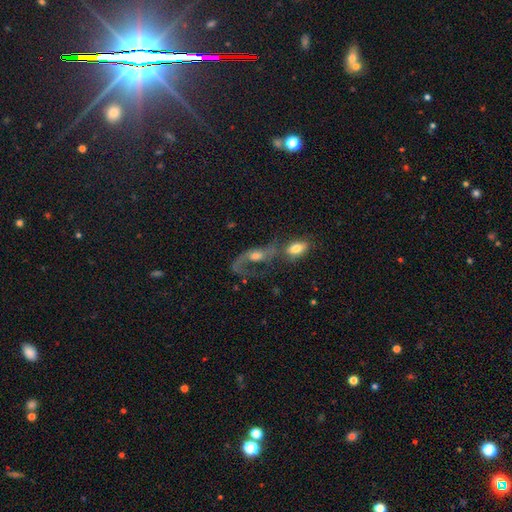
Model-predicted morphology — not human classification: A featured or disk galaxy (54%).

Vote fractions:
- Smooth or featured? featured or disk: 54% / smooth: 26% / star or artifact: 20%
- Edge-on disk? no: 87% / yes: 13%
- Merging? merger: 59% / none: 19% / major disturbance: 14% / minor disturbance: 8%